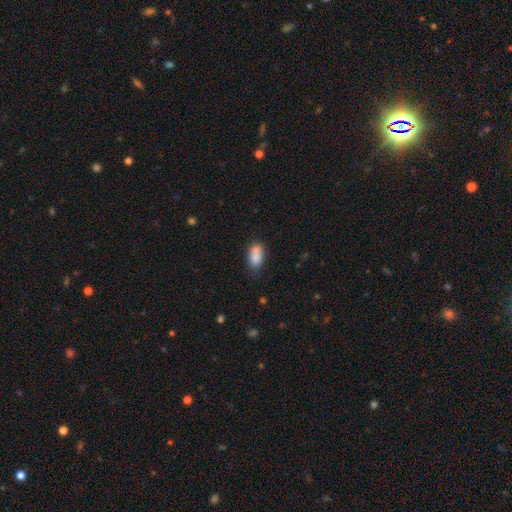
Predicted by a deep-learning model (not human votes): The model was most divided on "merging": none: 63%, minor disturbance: 20%, merger: 13%, major disturbance: 5%. More confident: how rounded — in between (89%); smooth or featured — smooth (85%).